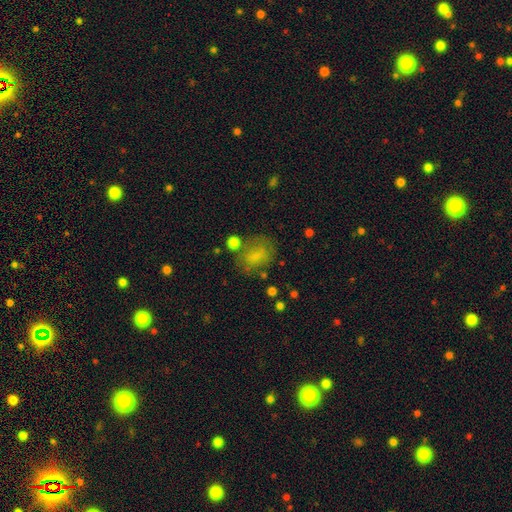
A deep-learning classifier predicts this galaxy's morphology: Q: Smooth or featured?
A: smooth (69%); runner-up: featured or disk (17%)
Q: How rounded?
A: in between (59%); runner-up: round (39%)
Q: Merging?
A: none (56%); runner-up: minor disturbance (22%)